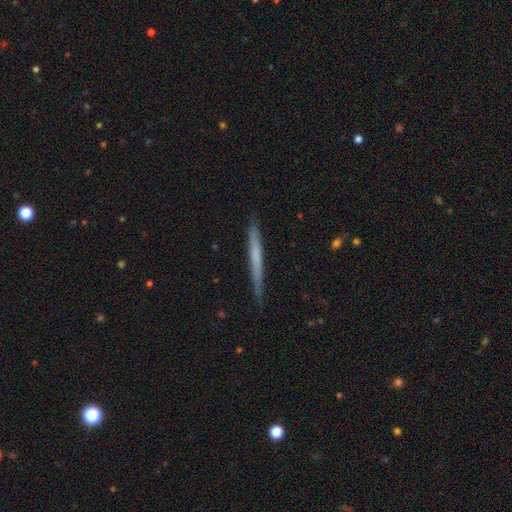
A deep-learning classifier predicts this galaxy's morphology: smooth_or_featured: smooth (p=0.52) [alt: featured or disk p=0.43]
how_rounded: cigar-shaped (p=0.97) [alt: in between p=0.02]
merging: none (p=0.88) [alt: minor disturbance p=0.09]